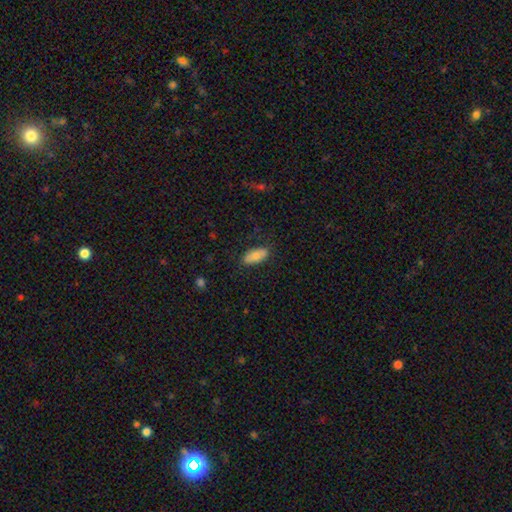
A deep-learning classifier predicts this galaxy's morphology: Smooth or featured: smooth — 78% (featured or disk — 16%)
How rounded: in between — 87% (cigar-shaped — 11%)
Merging: none — 80% (minor disturbance — 15%)